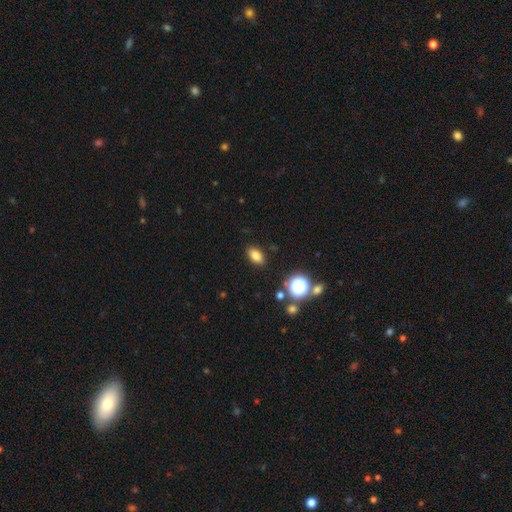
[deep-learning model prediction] A smooth galaxy with no disk features (80%) that is in between round and cigar-shaped (86%). Merging: none (88%).